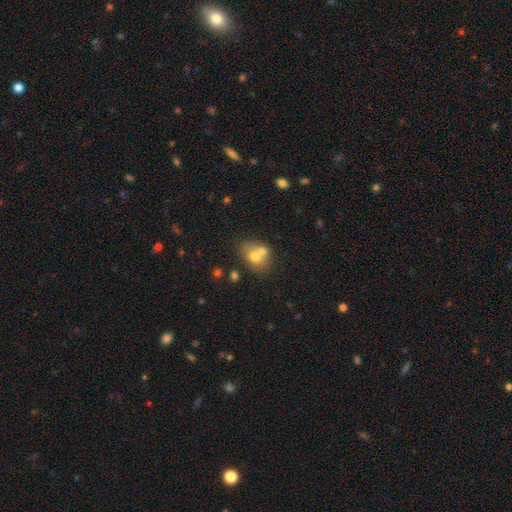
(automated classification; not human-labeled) smooth 66%, featured or disk 23%, star or artifact 10%. Down the decision tree: how rounded — in between (53%); merging — merger (46%).